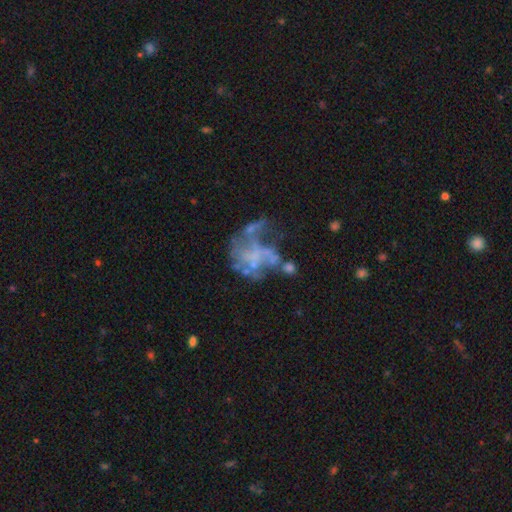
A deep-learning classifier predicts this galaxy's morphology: Overall: featured or disk (65%). Edge-on disk: no (98%). Bar: no (87%). Spiral arms: no (83%). Bulge size: none (75%). Merging: major disturbance (38%; none 31%).